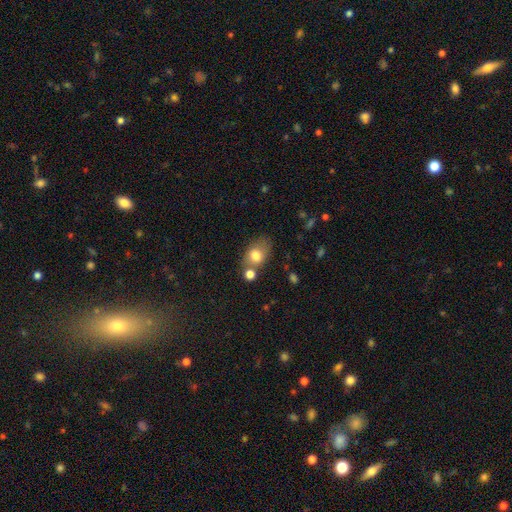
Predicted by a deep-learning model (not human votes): smooth-or-featured: smooth: 78% | featured or disk: 13% | star or artifact: 9%
  how-rounded: in between: 70% | round: 29% | cigar-shaped: 1%
  merging: none: 52% | merger: 21% | minor disturbance: 19% | major disturbance: 7%